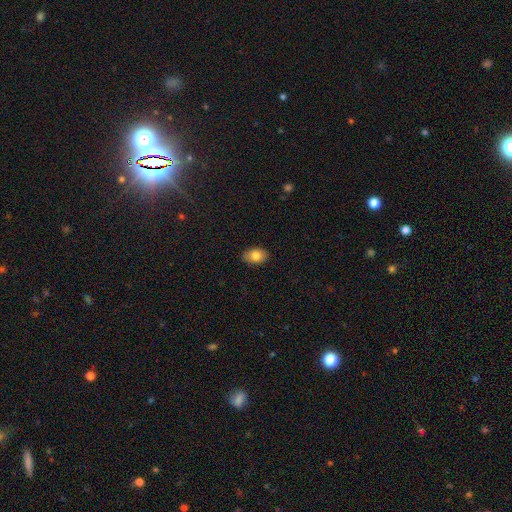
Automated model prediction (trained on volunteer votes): A smooth galaxy with no disk features (82%) that is in between round and cigar-shaped (81%). Merging: none (86%).